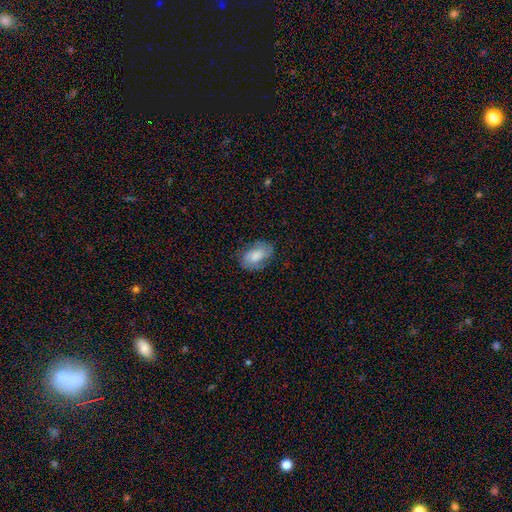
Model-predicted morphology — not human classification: Smooth or featured? Predicted: smooth (p=0.62). How rounded? Predicted: in between (p=0.91). Merging? Predicted: none (p=0.71).